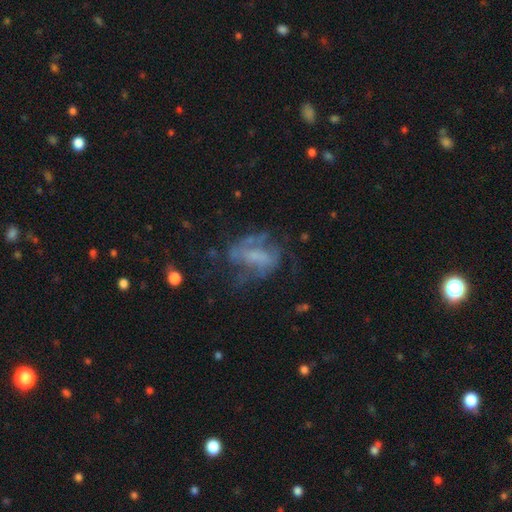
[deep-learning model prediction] Overall: featured or disk (64%). Edge-on disk: no (96%). Bar: no (49%; weak 36%). Spiral arms: yes (56%; no 44%). Bulge size: none (42%; small 33%). Merging: none (41%; major disturbance 34%).